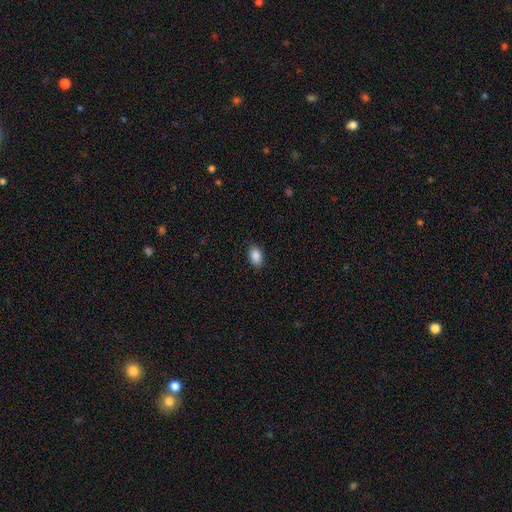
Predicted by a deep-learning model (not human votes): A smooth galaxy with no disk features (89%) that is in between round and cigar-shaped (88%). Merging: none (87%).